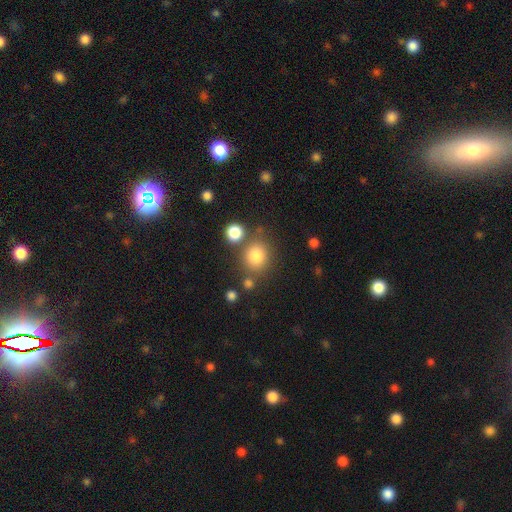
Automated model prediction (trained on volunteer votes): Smooth or featured?
  - smooth: 81% *
  - star or artifact: 12%
  - featured or disk: 7%
How rounded?
  - round: 83% *
  - in between: 16%
  - cigar-shaped: 1%
Merging?
  - none: 72% *
  - merger: 13%
  - minor disturbance: 11%
  - major disturbance: 4%